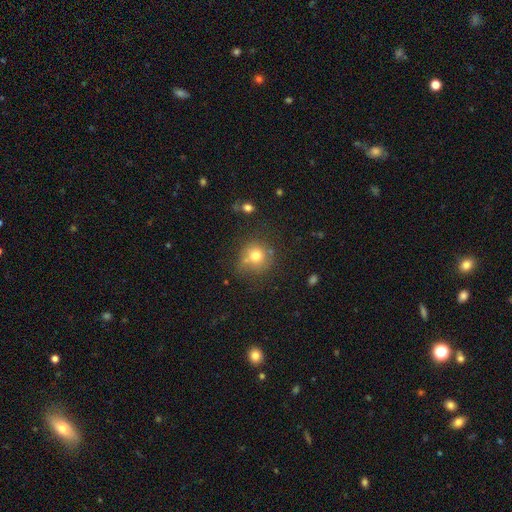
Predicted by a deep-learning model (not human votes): Smooth or featured? Predicted: smooth (p=0.75). How rounded? Predicted: round (p=0.89). Merging? Predicted: none (p=0.68).